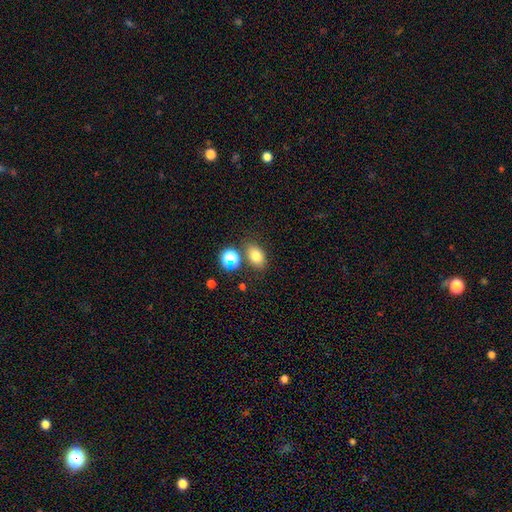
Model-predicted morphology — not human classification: Smooth or featured? smooth (75%)
How rounded? in between (75%)
Merging? none (74%)